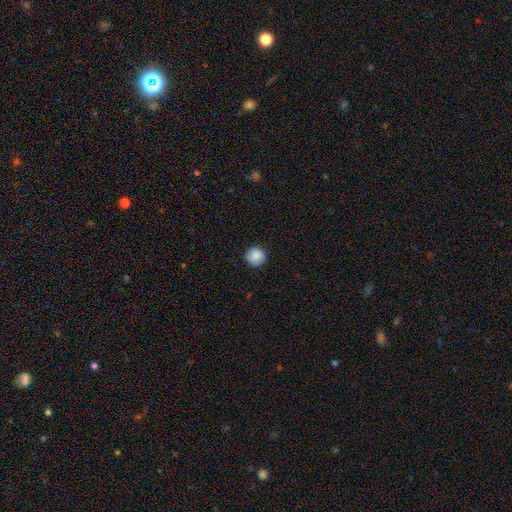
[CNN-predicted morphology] Smooth or featured? Predicted: smooth (p=0.87). How rounded? Predicted: round (p=0.95). Merging? Predicted: none (p=0.88).